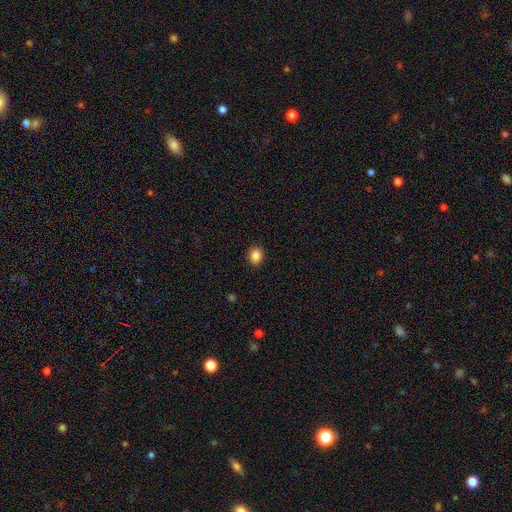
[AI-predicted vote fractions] The model was most divided on "how rounded": in between: 50%, round: 49%, cigar-shaped: 1%. More confident: merging — none (91%); smooth or featured — smooth (87%).